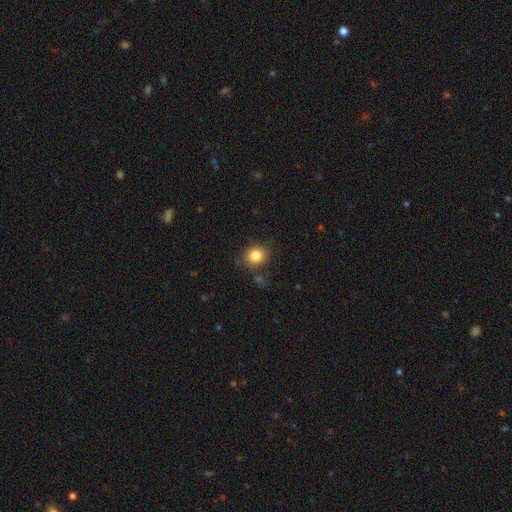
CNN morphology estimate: Overall: smooth (83%). How rounded: round (79%). Merging: none (80%).